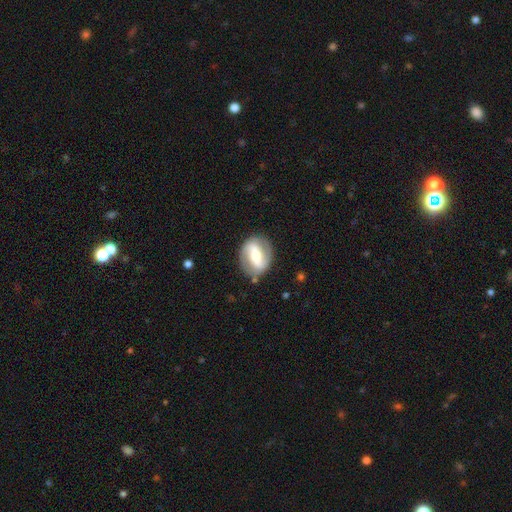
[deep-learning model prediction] A featured or disk galaxy (71%) with a strong bar (54%), 2 (88%) medium (40%) spiral arms (78%) and a moderate central bulge (59%).

Vote fractions:
- Smooth or featured? featured or disk: 71% / smooth: 24% / star or artifact: 5%
- Edge-on disk? no: 95% / yes: 5%
- Bar? strong: 54% / weak: 29% / no: 16%
- Spiral arms? yes: 78% / no: 22%
- Spiral winding? medium: 40% / loose: 35% / tight: 25%
- Spiral arm count? 2: 88% / can't tell: 6% / 1: 3% / 3: 1% / 4: 1% / more than 4: 1%
- Bulge size? moderate: 59% / small: 26% / large: 12% / dominant: 2% / none: 2%
- Merging? none: 81% / minor disturbance: 12% / major disturbance: 5% / merger: 2%